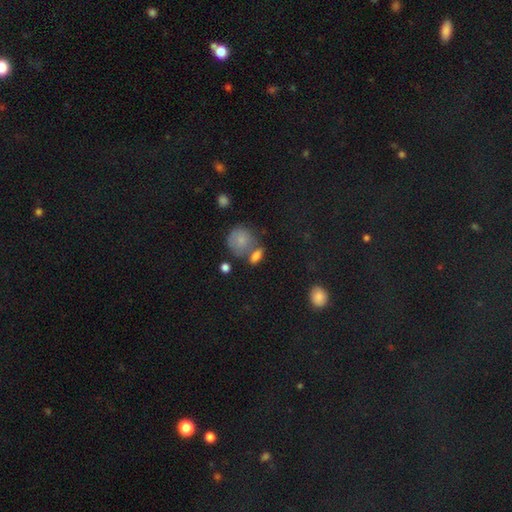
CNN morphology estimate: smooth-or-featured: smooth: 77% | featured or disk: 12% | star or artifact: 10%
  how-rounded: in between: 62% | round: 31% | cigar-shaped: 8%
  merging: none: 51% | merger: 28% | minor disturbance: 15% | major disturbance: 6%